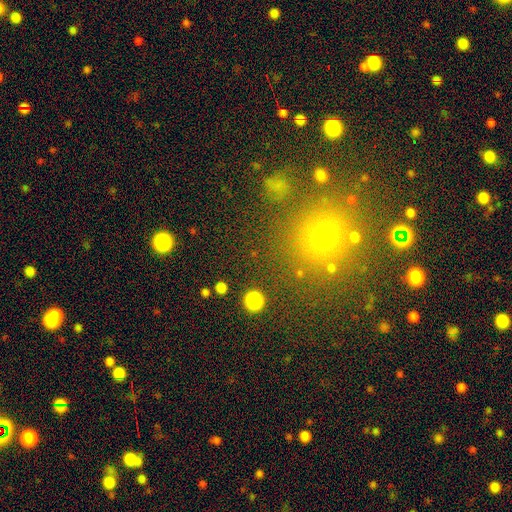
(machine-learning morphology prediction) Smooth or featured: smooth — 49% (star or artifact — 43%)
Merging: none — 84% (minor disturbance — 8%)